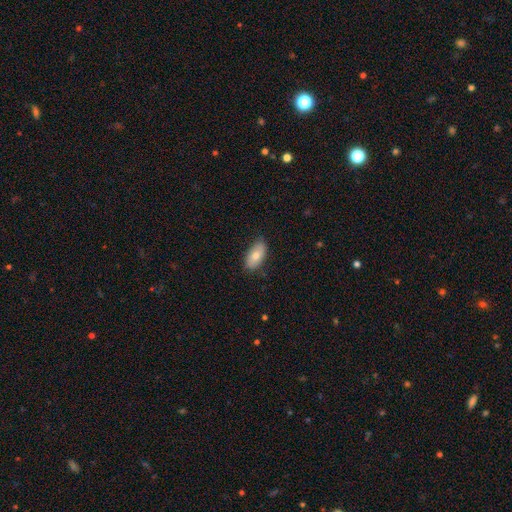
Smooth or featured: smooth — 68% (featured or disk — 28%)
How rounded: in between — 85% (round — 11%)
Merging: none — 61% (minor disturbance — 37%)